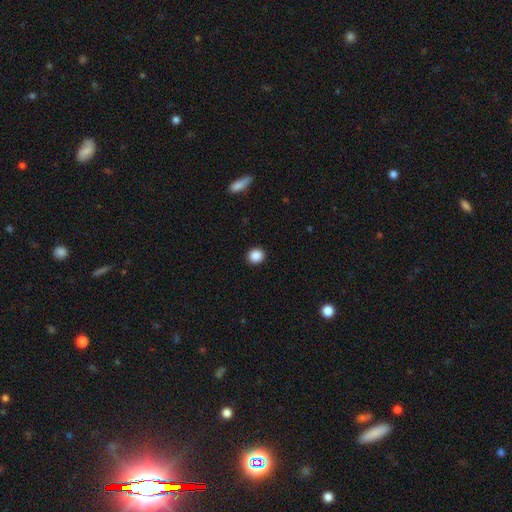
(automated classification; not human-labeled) The model was most divided on "how rounded": round: 85%, in between: 13%, cigar-shaped: 1%. More confident: merging — none (92%); smooth or featured — smooth (89%).